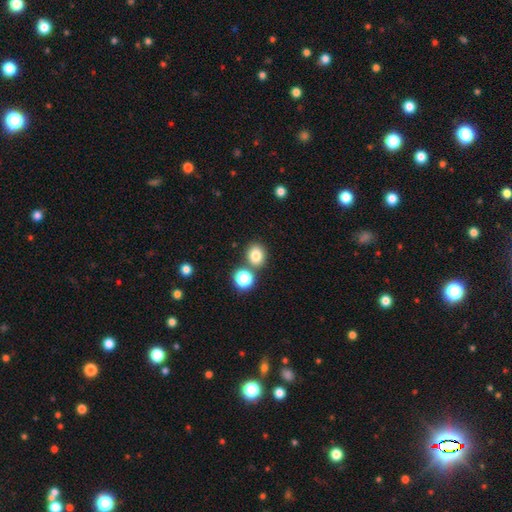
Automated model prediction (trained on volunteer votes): Q: Smooth or featured?
A: smooth (80%); runner-up: star or artifact (13%)
Q: How rounded?
A: round (68%); runner-up: in between (31%)
Q: Merging?
A: none (75%); runner-up: merger (14%)